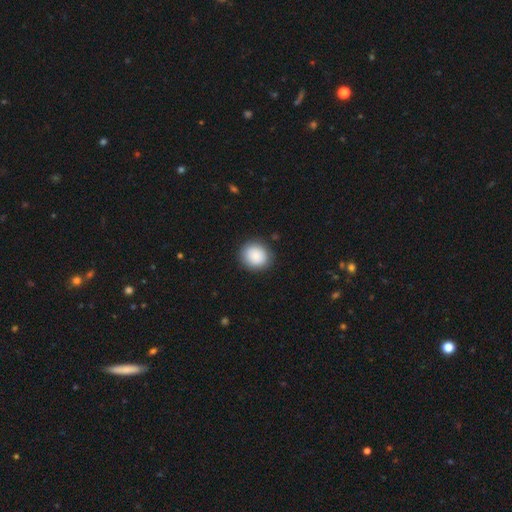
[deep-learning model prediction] Q: Smooth or featured?
A: smooth (87%); runner-up: star or artifact (7%)
Q: How rounded?
A: round (80%); runner-up: in between (19%)
Q: Merging?
A: none (88%); runner-up: minor disturbance (9%)